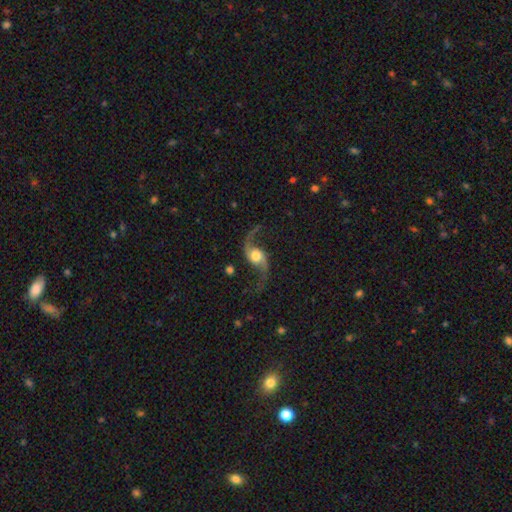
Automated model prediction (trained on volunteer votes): Smooth or featured?
  - featured or disk: 89% *
  - smooth: 6%
  - star or artifact: 5%
Edge-on disk?
  - no: 96% *
  - yes: 4%
Bar?
  - no: 63% *
  - weak: 27%
  - strong: 10%
Spiral arms?
  - yes: 97% *
  - no: 3%
Spiral winding?
  - loose: 89% *
  - medium: 9%
  - tight: 2%
Spiral arm count?
  - 2: 95% *
  - 1: 2%
  - can't tell: 1%
  - 3: 1%
  - 4: 1%
  - more than 4: 1%
Bulge size?
  - moderate: 45% *
  - large: 36%
  - small: 9%
  - dominant: 7%
  - none: 3%
Merging?
  - none: 76% *
  - minor disturbance: 13%
  - major disturbance: 8%
  - merger: 2%